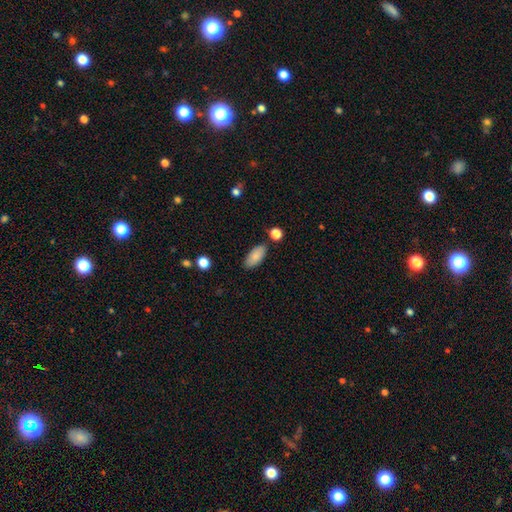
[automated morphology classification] The model was most divided on "merging": none: 83%, minor disturbance: 11%, merger: 4%, major disturbance: 2%. More confident: how rounded — in between (90%); smooth or featured — smooth (86%).